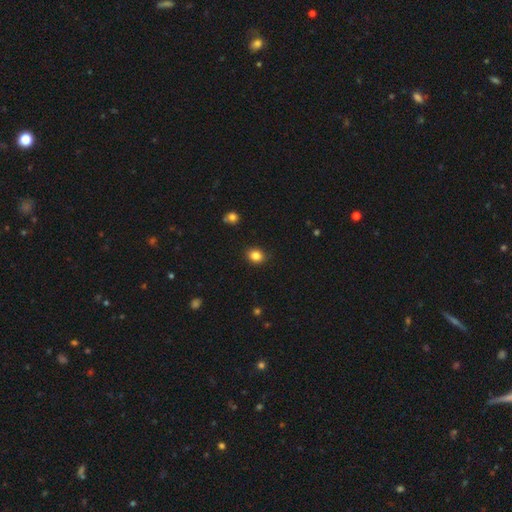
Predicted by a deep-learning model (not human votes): smooth_or_featured: smooth (p=0.84) [alt: star or artifact p=0.11]
how_rounded: round (p=0.61) [alt: in between p=0.38]
merging: none (p=0.88) [alt: minor disturbance p=0.09]